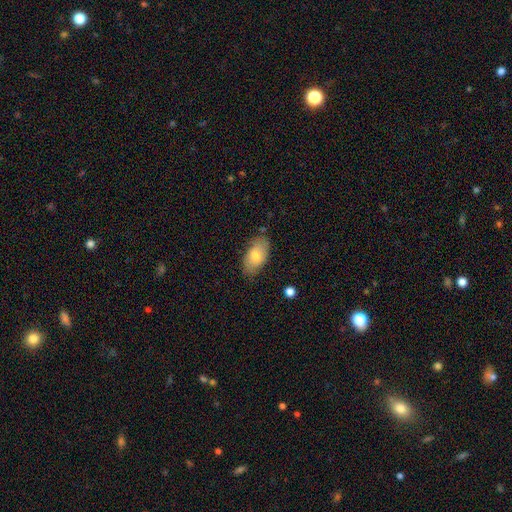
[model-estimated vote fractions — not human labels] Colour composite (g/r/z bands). It shows a smooth galaxy with no disk features (74%) that is in between round and cigar-shaped (94%). Merging: none (76%).